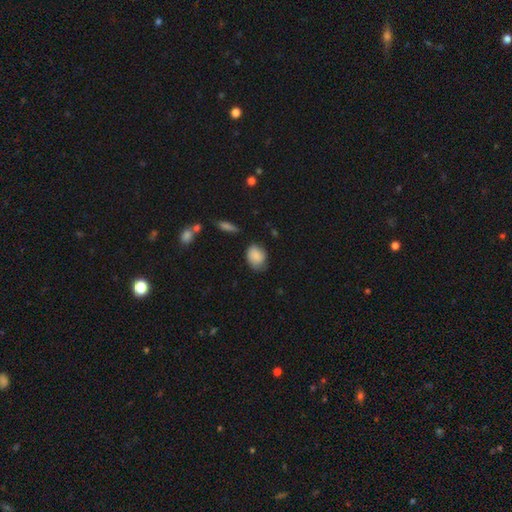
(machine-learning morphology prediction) smooth_or_featured: smooth (p=0.86) [alt: star or artifact p=0.07]
how_rounded: in between (p=0.65) [alt: round p=0.33]
merging: none (p=0.63) [alt: minor disturbance p=0.29]